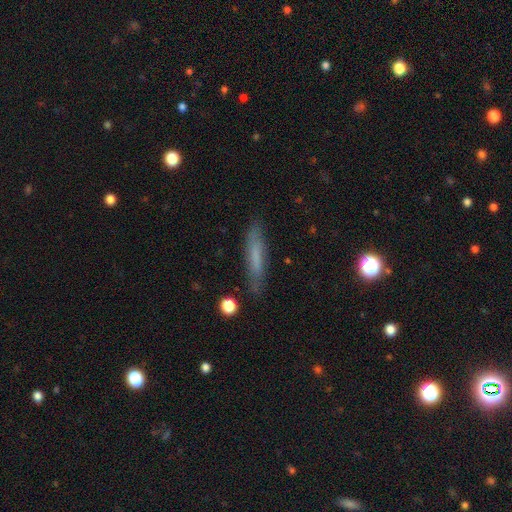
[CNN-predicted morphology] Smooth or featured: smooth — 61% (featured or disk — 30%)
How rounded: cigar-shaped — 88% (in between — 11%)
Merging: none — 84% (minor disturbance — 12%)